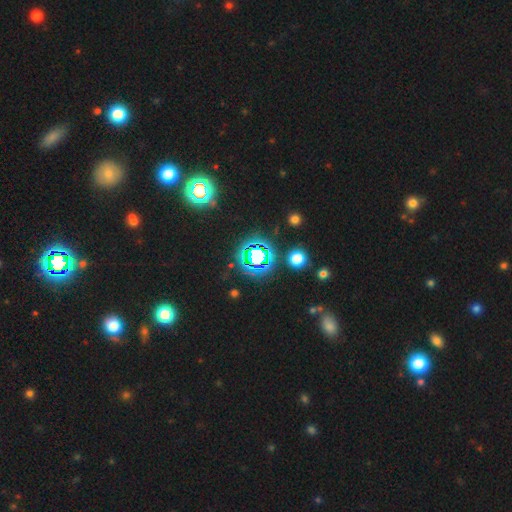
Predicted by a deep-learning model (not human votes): Smooth or featured? Predicted: star or artifact (p=0.78).